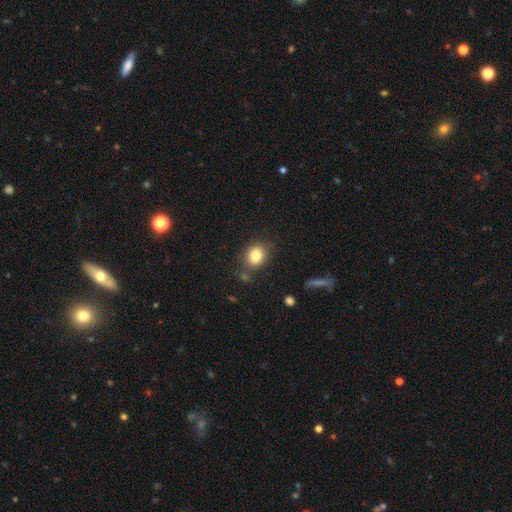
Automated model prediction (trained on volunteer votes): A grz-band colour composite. It shows a smooth galaxy with no disk features (84%) that is round (50%). Merging: none (79%).